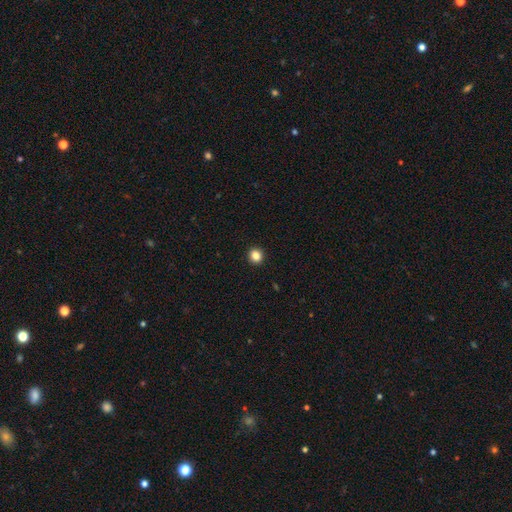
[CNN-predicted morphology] Smooth or featured?
  - smooth: 85% *
  - star or artifact: 11%
  - featured or disk: 4%
How rounded?
  - round: 90% *
  - in between: 9%
  - cigar-shaped: 1%
Merging?
  - none: 94% *
  - minor disturbance: 4%
  - major disturbance: 1%
  - merger: 1%